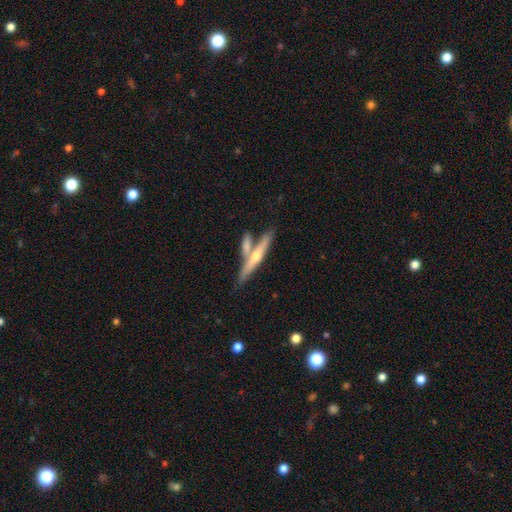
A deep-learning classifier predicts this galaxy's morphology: A featured or disk galaxy (64%) viewed edge-on (94%) with a rounded central bulge (85%). Merging: none (58%).